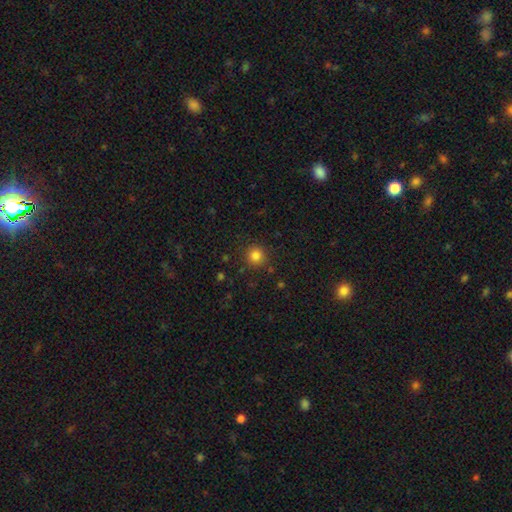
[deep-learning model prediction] Morphology: type=smooth (82%); roundness=round (93%); merging=none (89%).